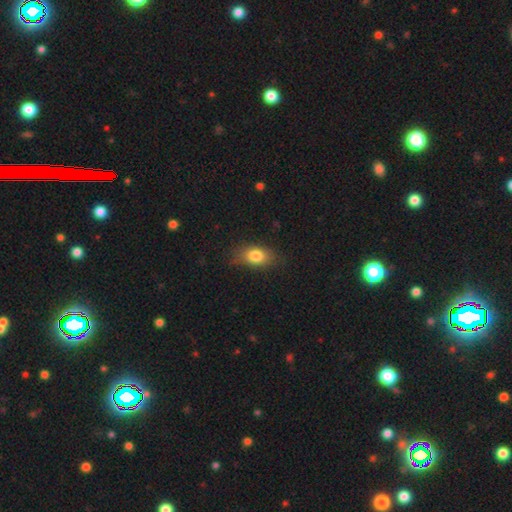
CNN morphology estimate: Smooth or featured?
  - smooth: 81% *
  - featured or disk: 10%
  - star or artifact: 9%
How rounded?
  - in between: 81% *
  - round: 15%
  - cigar-shaped: 4%
Merging?
  - none: 75% *
  - minor disturbance: 19%
  - major disturbance: 4%
  - merger: 1%